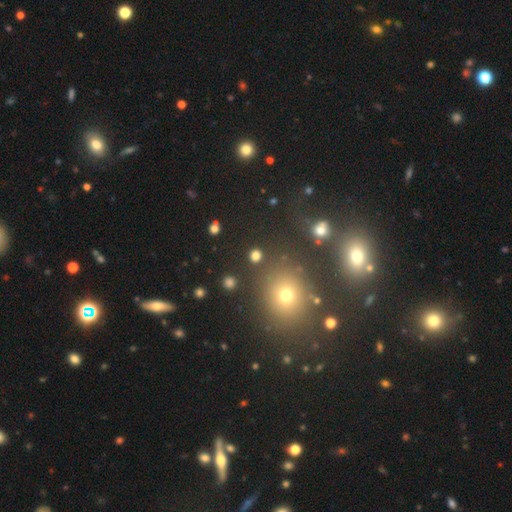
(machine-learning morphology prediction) smooth 73%, star or artifact 21%, featured or disk 6%. Down the decision tree: how rounded — round (86%); merging — none (87%).